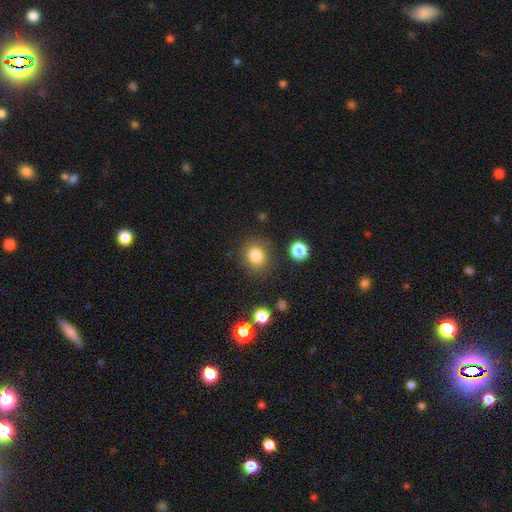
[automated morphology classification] Q: Smooth or featured?
A: smooth (82%); runner-up: star or artifact (12%)
Q: How rounded?
A: round (71%); runner-up: in between (28%)
Q: Merging?
A: none (83%); runner-up: minor disturbance (10%)